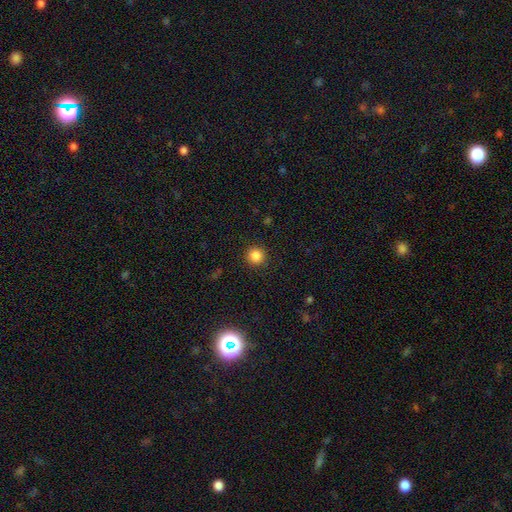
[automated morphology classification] Q: Smooth or featured?
A: smooth (85%); runner-up: star or artifact (12%)
Q: How rounded?
A: round (94%); runner-up: in between (5%)
Q: Merging?
A: none (91%); runner-up: minor disturbance (5%)